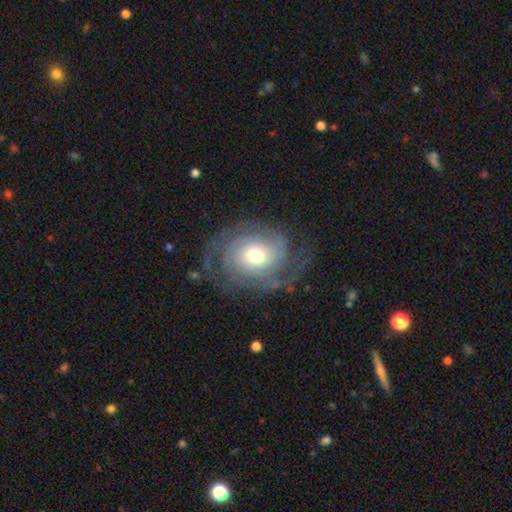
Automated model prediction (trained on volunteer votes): A featured or disk galaxy (81%) with no bar (73%), 2 (33%) tight (63%) spiral arms (94%) and a moderate central bulge (66%).

Vote fractions:
- Smooth or featured? featured or disk: 81% / smooth: 13% / star or artifact: 6%
- Edge-on disk? no: 97% / yes: 3%
- Bar? no: 73% / weak: 22% / strong: 5%
- Spiral arms? yes: 94% / no: 6%
- Spiral winding? tight: 63% / medium: 28% / loose: 9%
- Spiral arm count? 2: 33% / can't tell: 30% / 3: 17% / 4: 8% / 1: 6% / more than 4: 6%
- Bulge size? moderate: 66% / small: 16% / large: 15% / dominant: 2% / none: 1%
- Merging? none: 71% / minor disturbance: 16% / major disturbance: 12% / merger: 1%